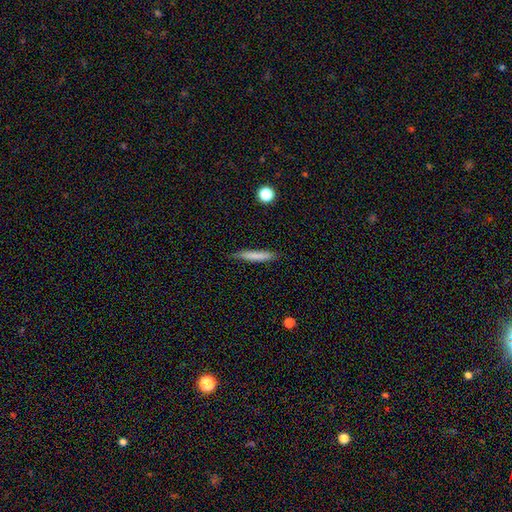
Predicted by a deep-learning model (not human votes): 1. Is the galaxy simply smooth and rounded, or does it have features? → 75% smooth, 18% featured or disk, 7% star or artifact.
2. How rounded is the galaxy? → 93% cigar-shaped, 5% in between, 1% round.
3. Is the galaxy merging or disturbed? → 84% none, 12% minor disturbance, 2% major disturbance, 1% merger.